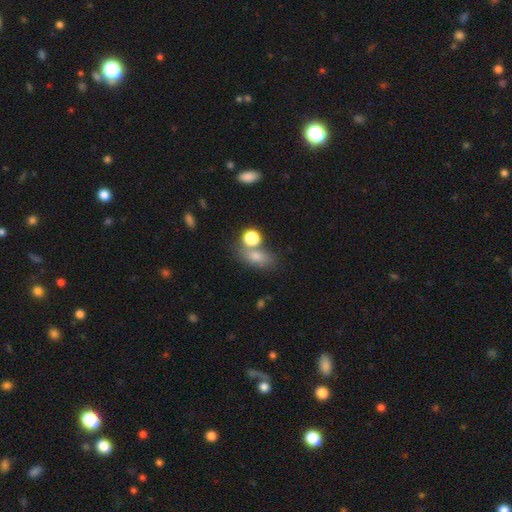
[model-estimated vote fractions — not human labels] A smooth galaxy with no disk features (71%) that is in between round and cigar-shaped (71%). Merging: none (56%).